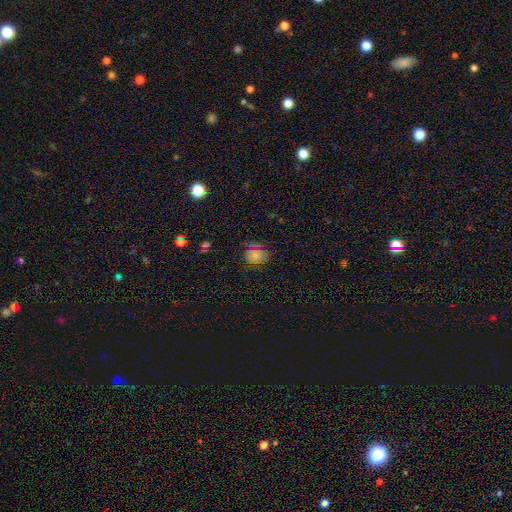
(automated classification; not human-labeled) Morphology: type=smooth (67%); roundness=round (61%); merging=none (65%).